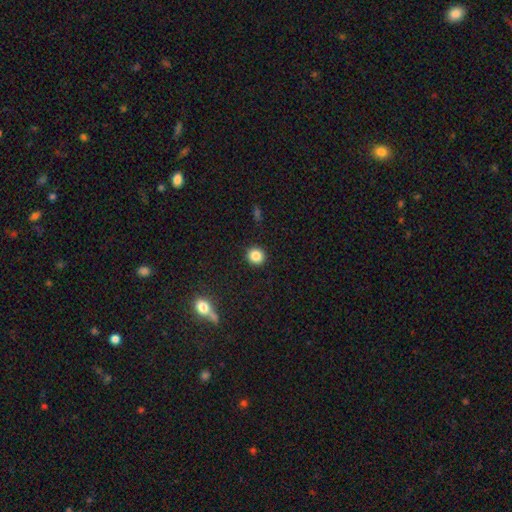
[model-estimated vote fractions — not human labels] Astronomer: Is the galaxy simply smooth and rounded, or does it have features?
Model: smooth — 86%.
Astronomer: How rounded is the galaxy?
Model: round — 89%.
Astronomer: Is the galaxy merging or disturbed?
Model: none — 91%.